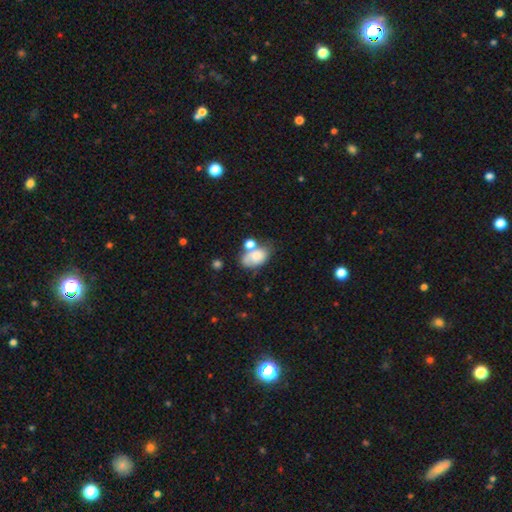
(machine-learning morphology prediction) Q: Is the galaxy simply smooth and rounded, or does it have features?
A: smooth — 66%.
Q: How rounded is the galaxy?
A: in between — 84%.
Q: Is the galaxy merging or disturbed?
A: none — 34%.